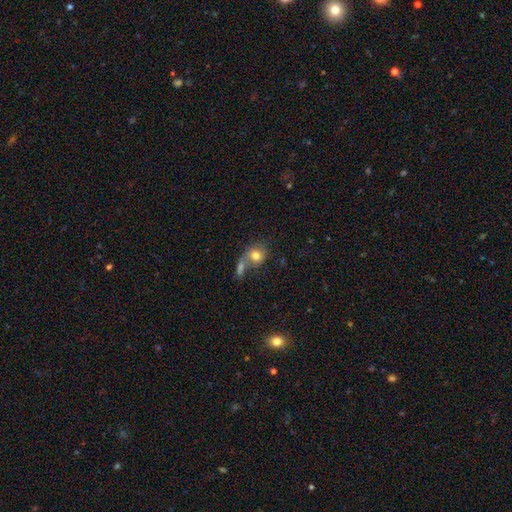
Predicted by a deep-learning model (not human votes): smooth-or-featured: smooth: 70% | featured or disk: 20% | star or artifact: 9%
  how-rounded: round: 61% | in between: 37% | cigar-shaped: 2%
  merging: merger: 45% | none: 31% | minor disturbance: 13% | major disturbance: 12%